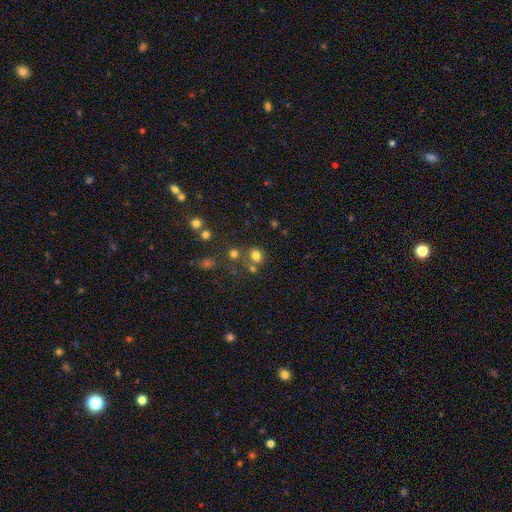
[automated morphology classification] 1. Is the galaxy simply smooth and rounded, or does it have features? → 75% smooth, 17% star or artifact, 8% featured or disk.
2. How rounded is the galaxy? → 72% round, 27% in between, 1% cigar-shaped.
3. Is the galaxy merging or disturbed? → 65% none, 20% merger, 11% minor disturbance, 5% major disturbance.